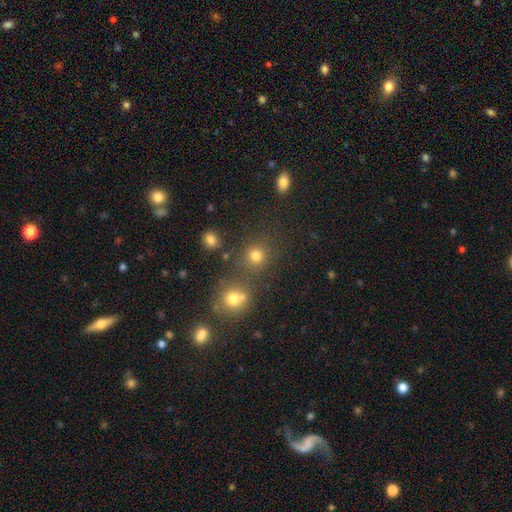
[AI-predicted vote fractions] This is likely a smooth galaxy (78%). How rounded: clearly round (88%). Merging: likely none (73%).